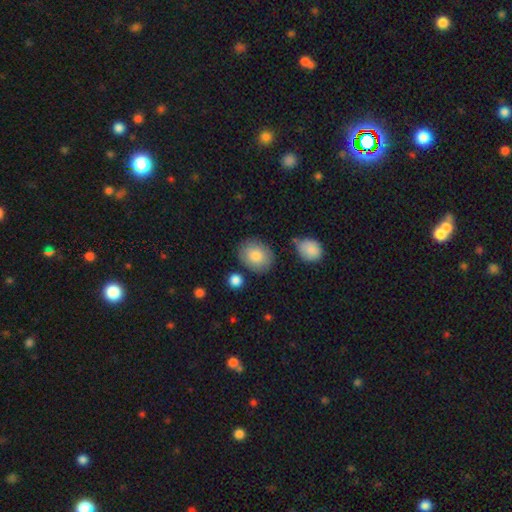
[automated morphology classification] smooth_or_featured: smooth (p=0.83) [alt: featured or disk p=0.10]
how_rounded: in between (p=0.54) [alt: round p=0.45]
merging: none (p=0.77) [alt: minor disturbance p=0.15]